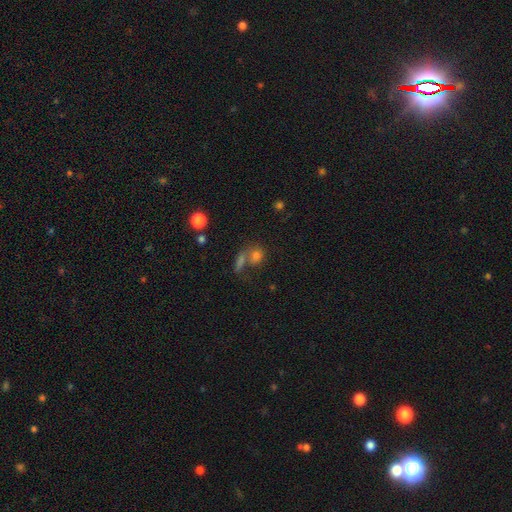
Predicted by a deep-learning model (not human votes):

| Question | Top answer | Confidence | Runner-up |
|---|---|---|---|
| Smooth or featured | smooth | 73% | star or artifact (15%) |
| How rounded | round | 64% | in between (33%) |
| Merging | merger | 42% | none (41%) |